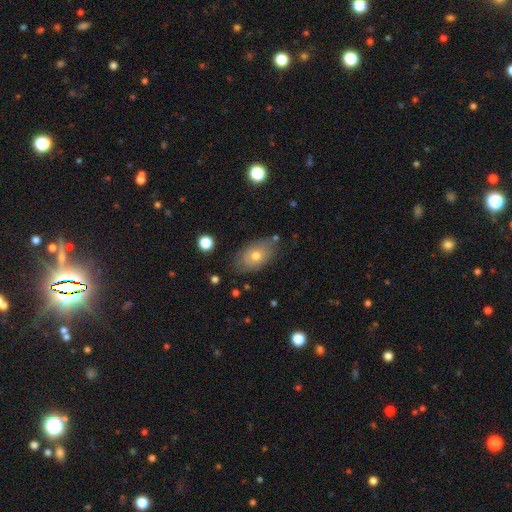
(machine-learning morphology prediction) smooth-or-featured: smooth: 63% | featured or disk: 28% | star or artifact: 9%
  how-rounded: in between: 88% | round: 10% | cigar-shaped: 2%
  merging: none: 74% | minor disturbance: 18% | major disturbance: 5% | merger: 3%